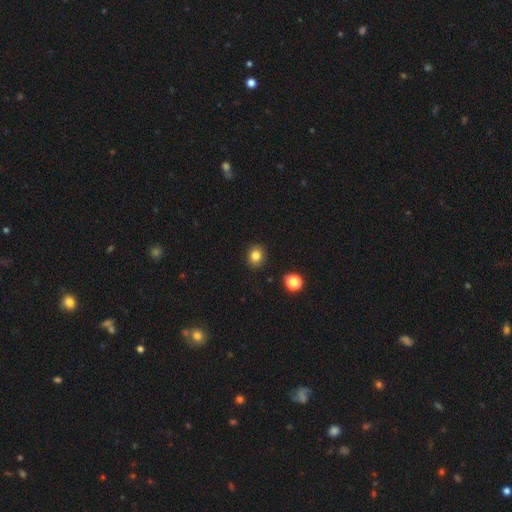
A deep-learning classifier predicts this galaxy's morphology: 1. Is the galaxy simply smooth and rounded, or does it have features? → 82% smooth, 11% star or artifact, 6% featured or disk.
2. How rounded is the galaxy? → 71% round, 28% in between, 1% cigar-shaped.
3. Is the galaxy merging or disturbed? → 90% none, 6% minor disturbance, 2% major disturbance, 1% merger.